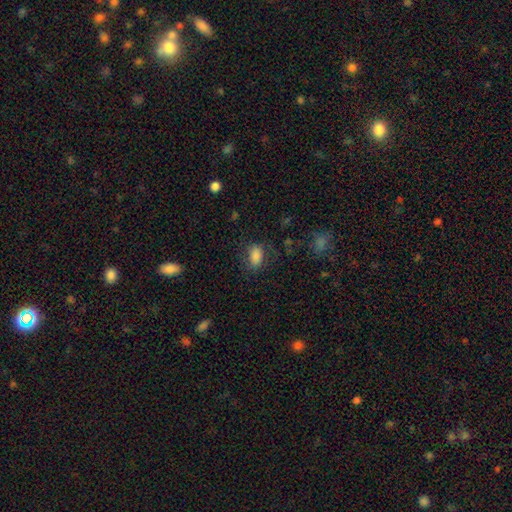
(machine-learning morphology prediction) type=smooth (83%); roundness=in between (86%); merging=none (70%).